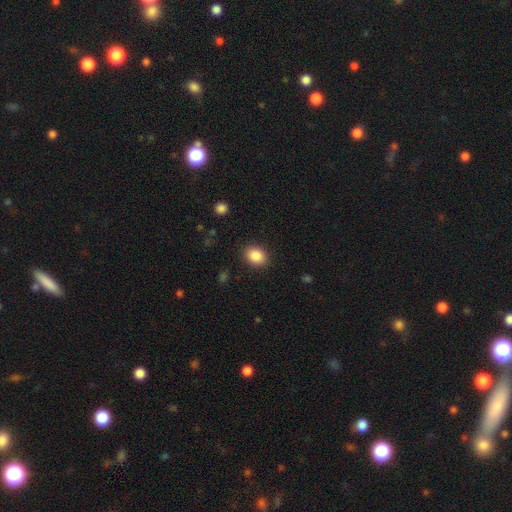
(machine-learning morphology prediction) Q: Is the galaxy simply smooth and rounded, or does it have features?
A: smooth — 87%.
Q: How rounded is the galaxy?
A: in between — 50%.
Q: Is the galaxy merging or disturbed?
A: none — 89%.